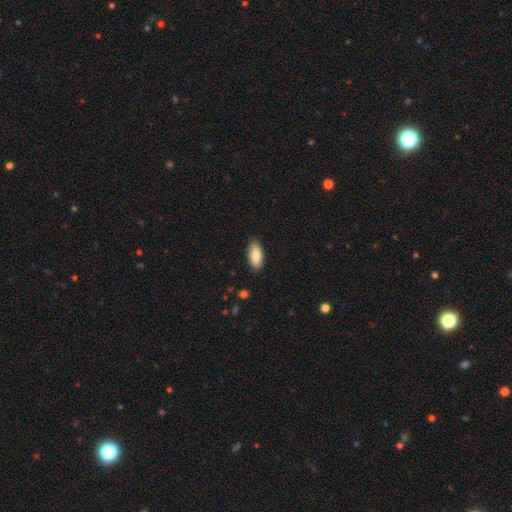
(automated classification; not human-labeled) This is clearly a smooth galaxy (83%). How rounded: clearly in between (86%). Merging: clearly none (88%).